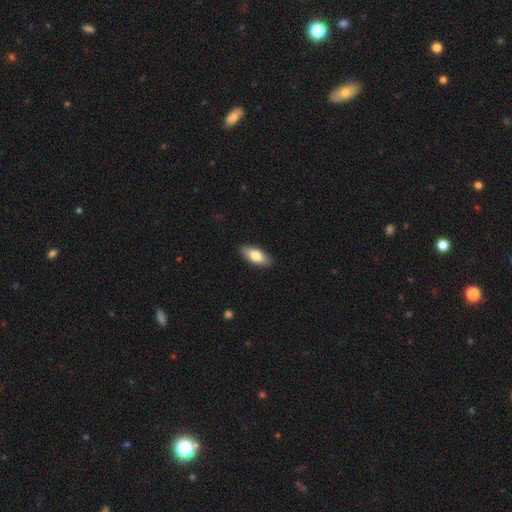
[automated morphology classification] A smooth galaxy with no disk features (76%) that is in between round and cigar-shaped (82%).

Vote fractions:
- Smooth or featured? smooth: 76% / featured or disk: 18% / star or artifact: 6%
- How rounded? in between: 82% / cigar-shaped: 16% / round: 2%
- Merging? none: 89% / minor disturbance: 9% / major disturbance: 2% / merger: 1%